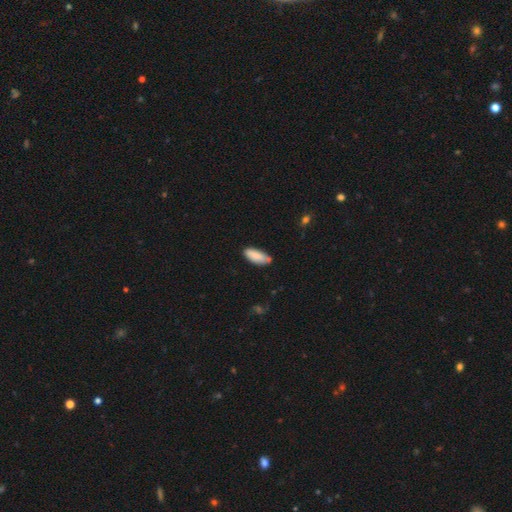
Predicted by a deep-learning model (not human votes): smooth-or-featured: smooth: 87% | featured or disk: 7% | star or artifact: 6%
  how-rounded: in between: 78% | cigar-shaped: 20% | round: 2%
  merging: none: 72% | minor disturbance: 20% | merger: 5% | major disturbance: 3%